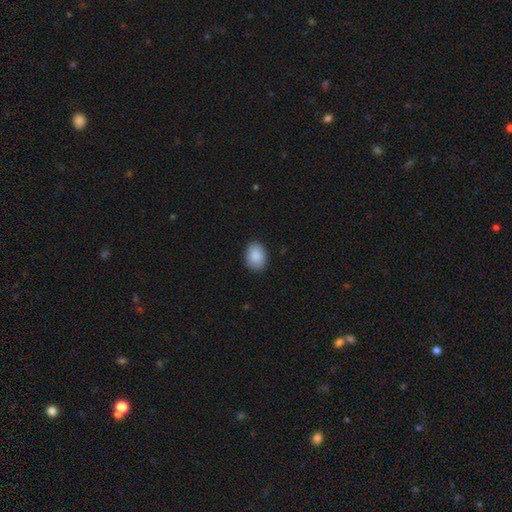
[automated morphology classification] Smooth or featured? smooth (90%)
How rounded? in between (66%)
Merging? none (88%)